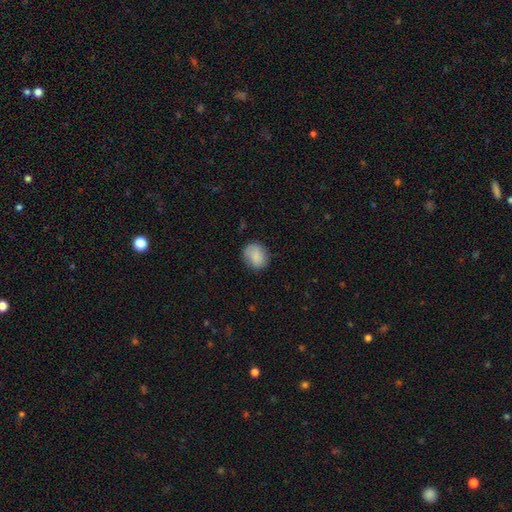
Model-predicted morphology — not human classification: Overall: smooth (83%). How rounded: round (63%; in between 36%). Merging: none (77%).